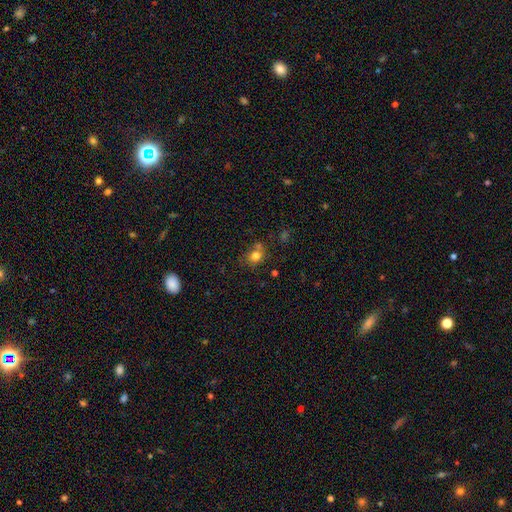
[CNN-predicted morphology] Smooth or featured? Predicted: smooth (p=0.79). How rounded? Predicted: round (p=0.72). Merging? Predicted: none (p=0.61).